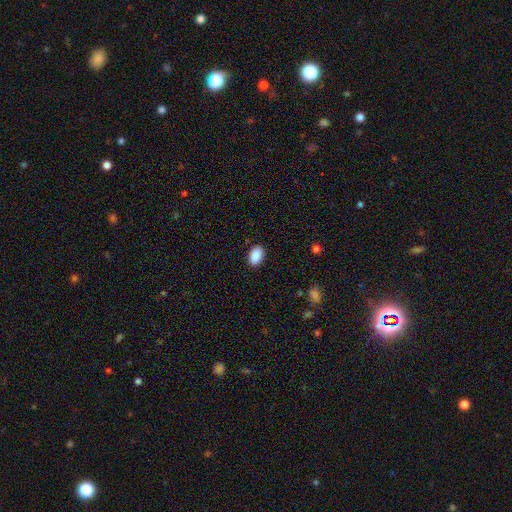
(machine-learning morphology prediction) Q: Smooth or featured?
A: smooth (90%); runner-up: star or artifact (7%)
Q: How rounded?
A: in between (89%); runner-up: round (10%)
Q: Merging?
A: none (89%); runner-up: minor disturbance (8%)